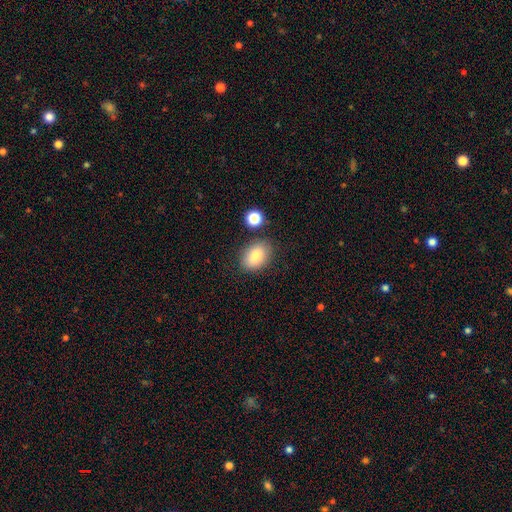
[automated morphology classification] Smooth or featured? smooth (83%)
How rounded? in between (82%)
Merging? none (80%)